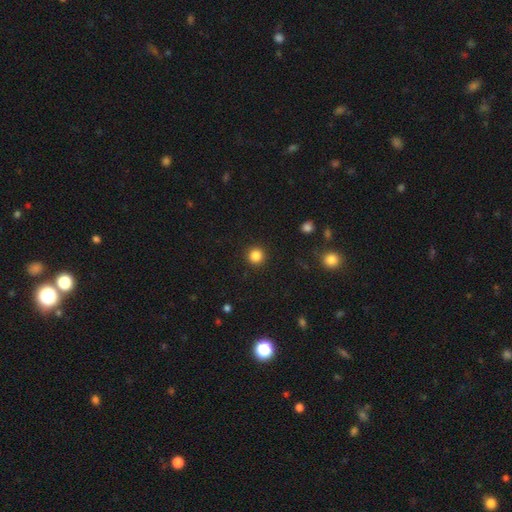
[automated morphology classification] A smooth galaxy with no disk features (85%) that is round (95%).

Vote fractions:
- Smooth or featured? smooth: 85% / star or artifact: 12% / featured or disk: 4%
- How rounded? round: 95% / in between: 4% / cigar-shaped: 1%
- Merging? none: 92% / minor disturbance: 5% / major disturbance: 2% / merger: 1%